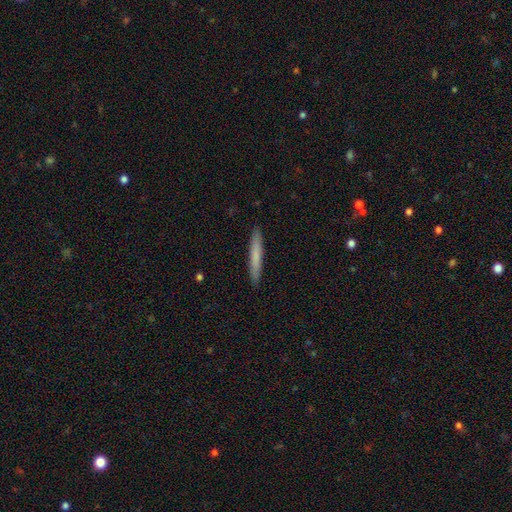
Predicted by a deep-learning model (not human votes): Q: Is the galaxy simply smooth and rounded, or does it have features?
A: smooth — 73%.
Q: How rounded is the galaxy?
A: cigar-shaped — 96%.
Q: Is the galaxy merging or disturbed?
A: none — 92%.